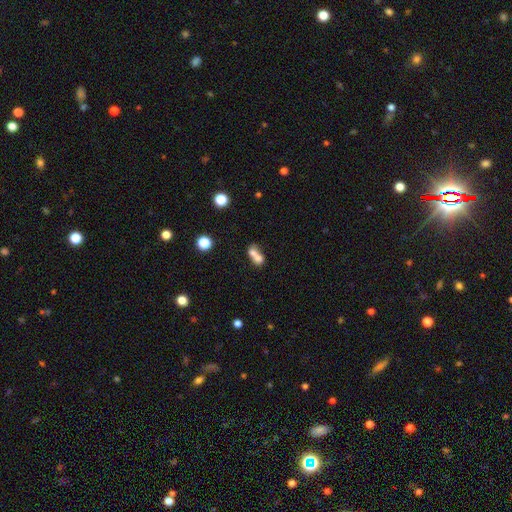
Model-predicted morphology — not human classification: This appears to be a smooth galaxy with no disk features (67%) that is in between round and cigar-shaped (52%). Merging: merger (71%).